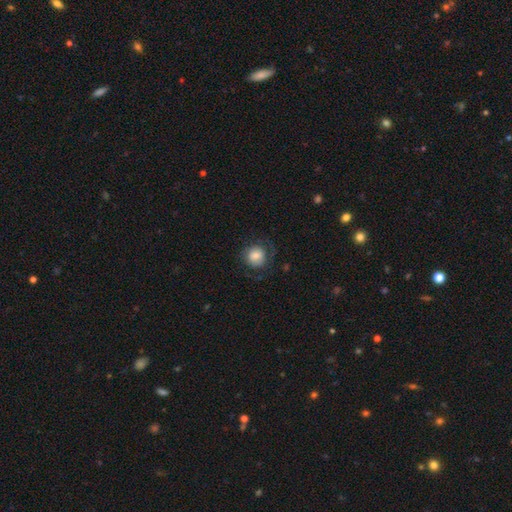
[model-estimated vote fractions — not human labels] Smooth or featured?
  - smooth: 75% *
  - featured or disk: 16%
  - star or artifact: 8%
How rounded?
  - round: 87% *
  - in between: 12%
  - cigar-shaped: 1%
Merging?
  - none: 70% *
  - minor disturbance: 17%
  - major disturbance: 11%
  - merger: 1%